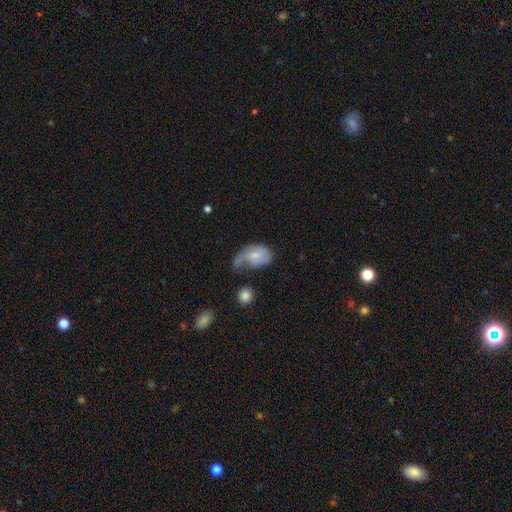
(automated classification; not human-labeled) Morphology: type=featured or disk (48%); merging=major disturbance (38%).